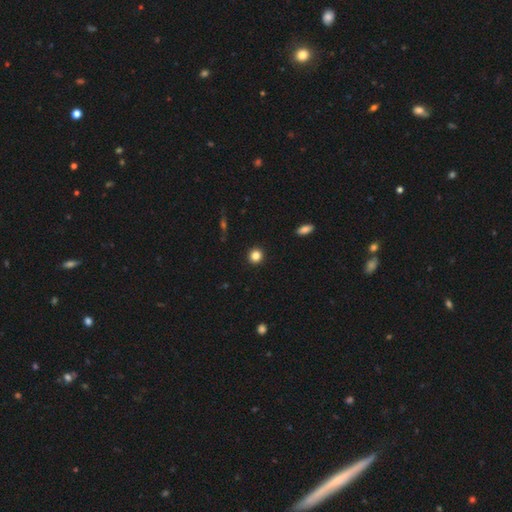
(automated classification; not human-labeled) Smooth or featured? smooth (84%)
How rounded? round (93%)
Merging? none (93%)